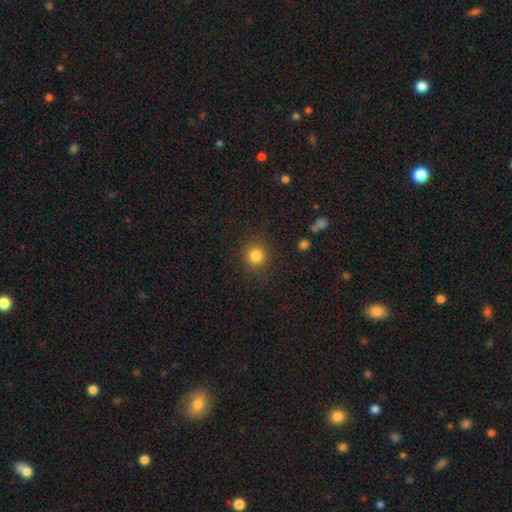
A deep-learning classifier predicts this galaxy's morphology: Q: Smooth or featured?
A: smooth (83%); runner-up: star or artifact (12%)
Q: How rounded?
A: round (89%); runner-up: in between (10%)
Q: Merging?
A: none (87%); runner-up: minor disturbance (9%)